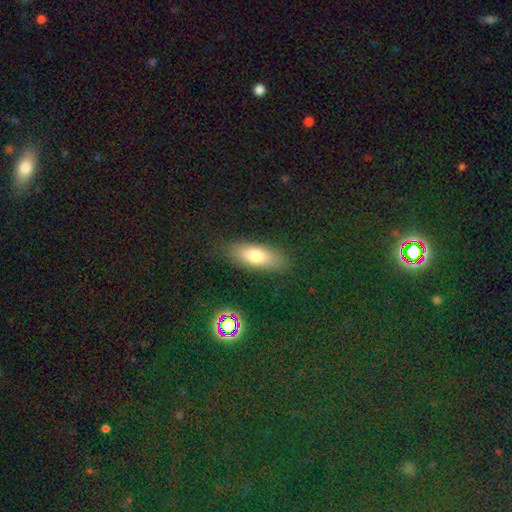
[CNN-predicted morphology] smooth-or-featured: smooth: 73% | featured or disk: 19% | star or artifact: 8%
  how-rounded: in between: 73% | cigar-shaped: 23% | round: 4%
  merging: none: 84% | minor disturbance: 11% | major disturbance: 4% | merger: 1%